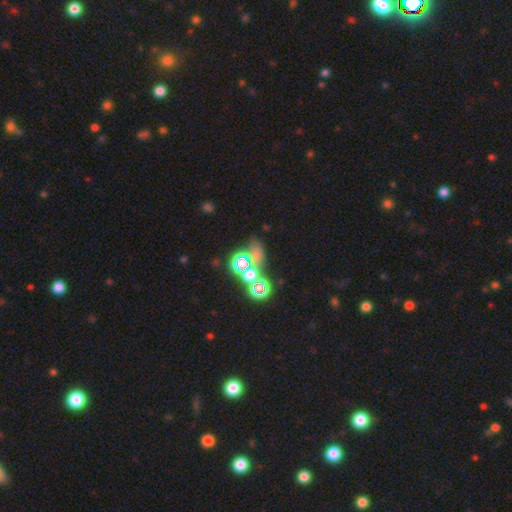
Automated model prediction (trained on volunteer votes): A star or artifact, not a galaxy (61%).

Vote fractions:
- Smooth or featured? star or artifact: 61% / smooth: 27% / featured or disk: 12%